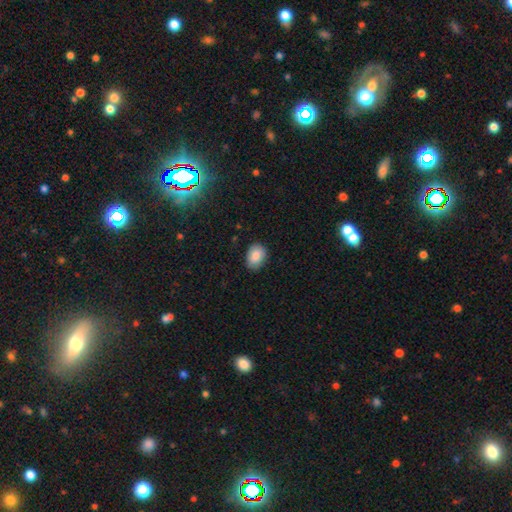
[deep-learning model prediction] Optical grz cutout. It shows a smooth galaxy with no disk features (87%) that is in between round and cigar-shaped (75%). Merging: none (82%).